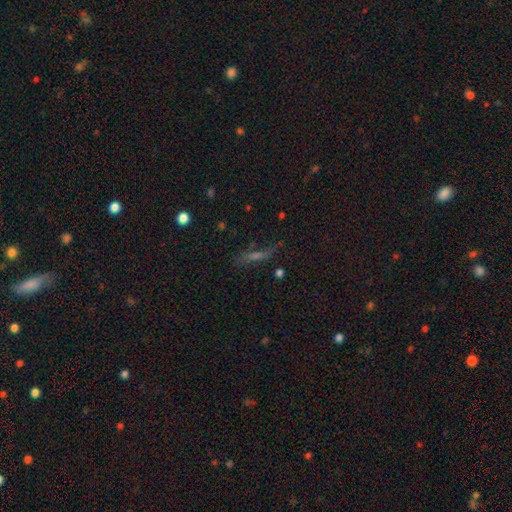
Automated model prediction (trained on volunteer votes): This is marginally a featured or disk galaxy (36%, tied with smooth). Merging: possibly none (56%).